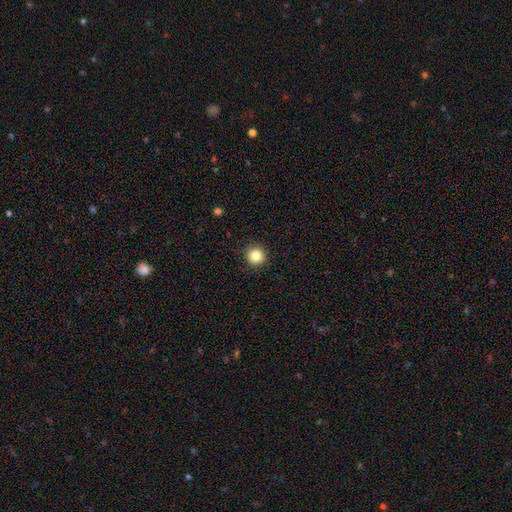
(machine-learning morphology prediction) smooth 85%, star or artifact 11%, featured or disk 5%. Down the decision tree: how rounded — round (95%); merging — none (92%).